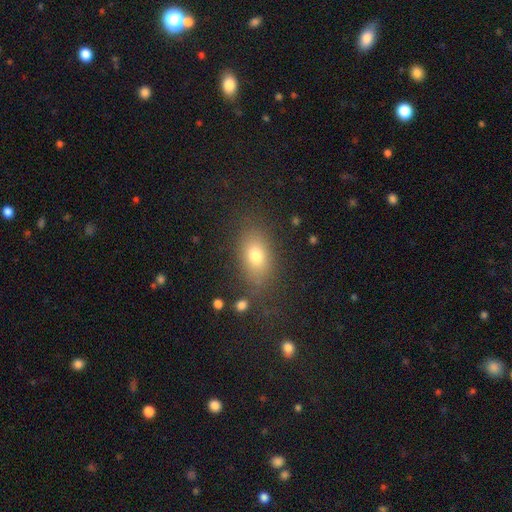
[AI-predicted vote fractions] This is likely a smooth galaxy (73%). How rounded: clearly in between (80%). Merging: likely none (78%).